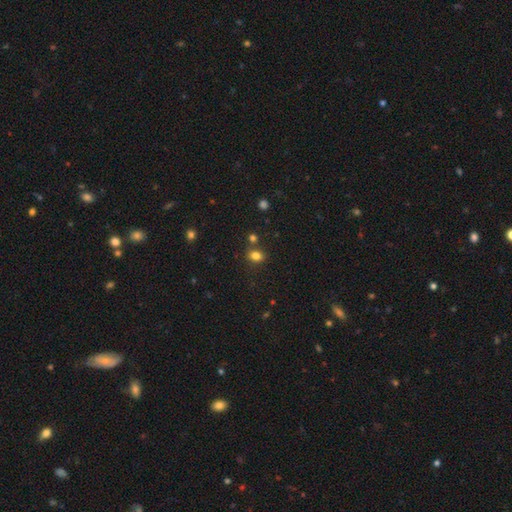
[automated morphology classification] This is clearly a smooth galaxy (80%). How rounded: likely in between (62%). Merging: likely none (74%).